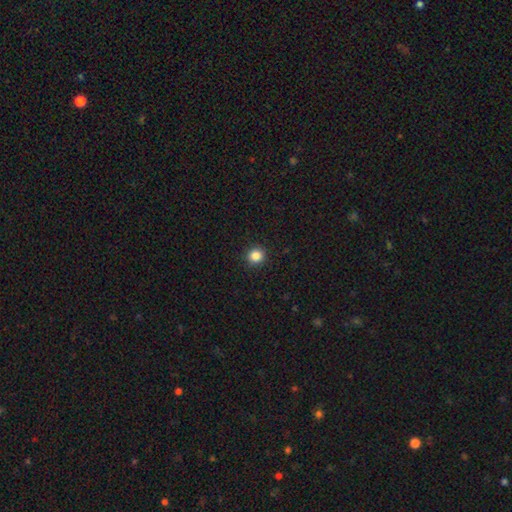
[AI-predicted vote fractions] Smooth or featured? smooth (85%)
How rounded? round (93%)
Merging? none (92%)